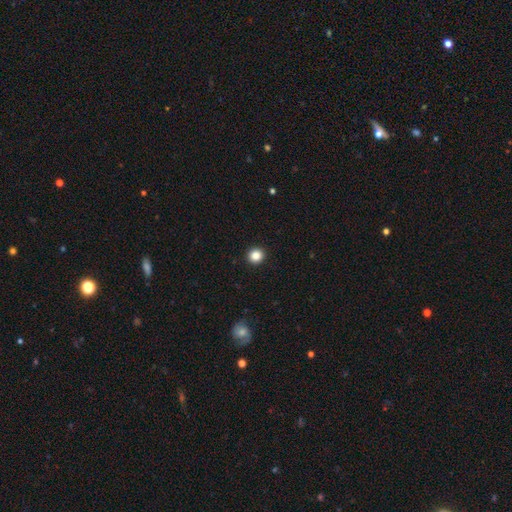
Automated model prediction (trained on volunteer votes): Morphology: type=smooth (86%); roundness=round (93%); merging=none (93%).